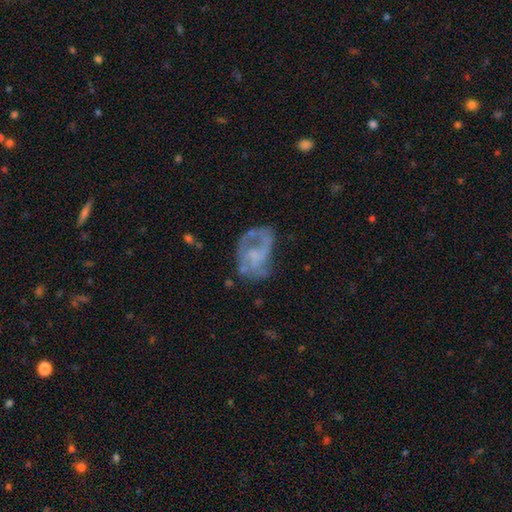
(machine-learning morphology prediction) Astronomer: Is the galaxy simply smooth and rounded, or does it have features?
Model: featured or disk — 66%.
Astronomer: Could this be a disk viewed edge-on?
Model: no — 97%.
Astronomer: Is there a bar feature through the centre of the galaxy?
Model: no — 70%.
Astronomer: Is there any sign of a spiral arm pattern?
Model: yes — 62% (runner-up: no, 38%).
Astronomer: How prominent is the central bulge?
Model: none — 56%.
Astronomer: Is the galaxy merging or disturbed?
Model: none — 42% (runner-up: major disturbance, 30%).